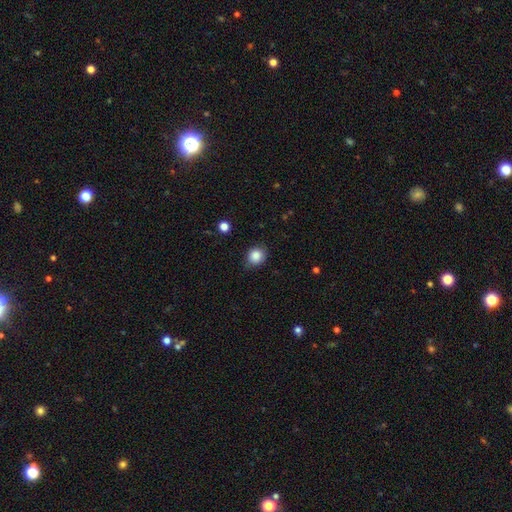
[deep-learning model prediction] Smooth or featured? smooth (85%)
How rounded? round (79%)
Merging? none (80%)